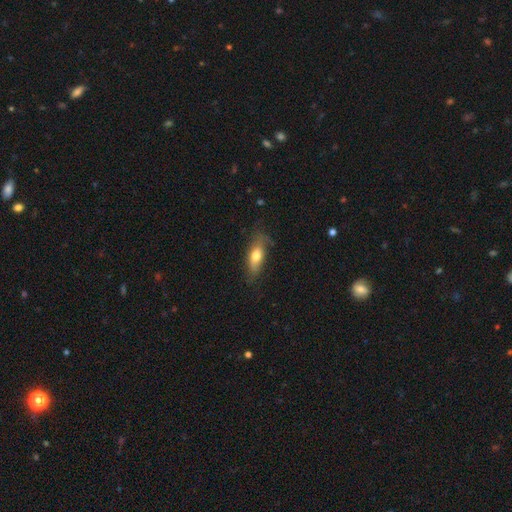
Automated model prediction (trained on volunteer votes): smooth 68%, featured or disk 25%, star or artifact 7%. Down the decision tree: how rounded — in between (70%); merging — none (64%).